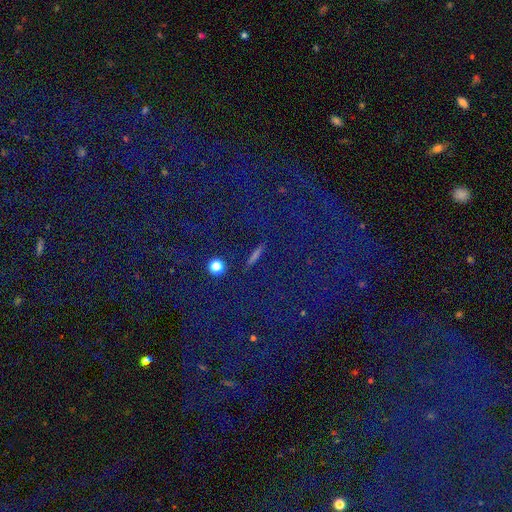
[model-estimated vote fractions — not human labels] Overall: star or artifact (79%).